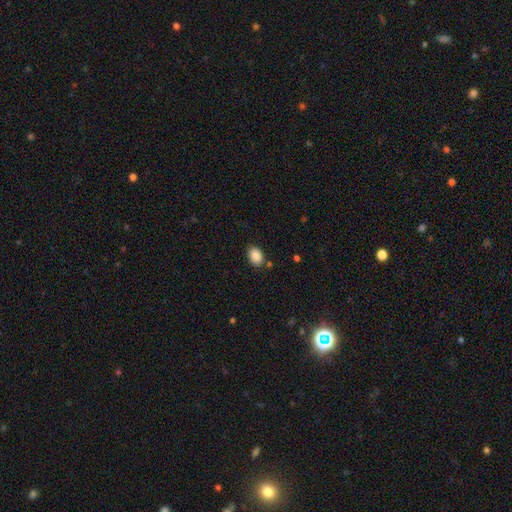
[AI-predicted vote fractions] Q: Smooth or featured?
A: smooth (88%); runner-up: star or artifact (8%)
Q: How rounded?
A: in between (79%); runner-up: round (20%)
Q: Merging?
A: none (83%); runner-up: minor disturbance (11%)